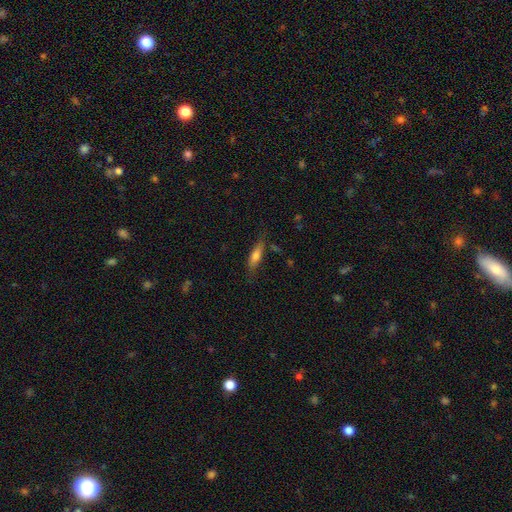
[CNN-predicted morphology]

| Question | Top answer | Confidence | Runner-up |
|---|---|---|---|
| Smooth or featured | smooth | 65% | featured or disk (28%) |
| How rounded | cigar-shaped | 56% | in between (42%) |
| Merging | none | 72% | minor disturbance (19%) |